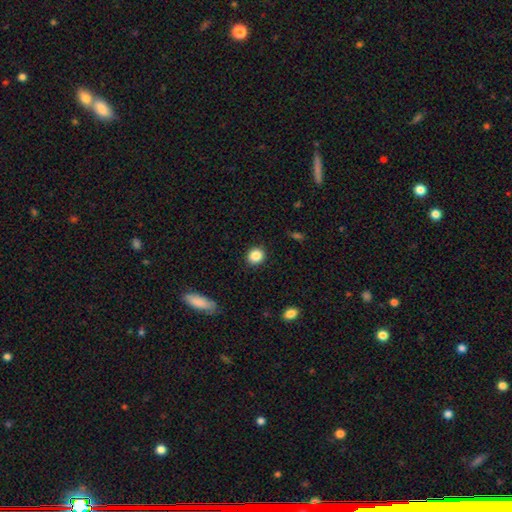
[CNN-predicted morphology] Smooth or featured?
  - smooth: 87% *
  - star or artifact: 9%
  - featured or disk: 4%
How rounded?
  - round: 74% *
  - in between: 25%
  - cigar-shaped: 1%
Merging?
  - none: 90% *
  - minor disturbance: 7%
  - major disturbance: 2%
  - merger: 1%